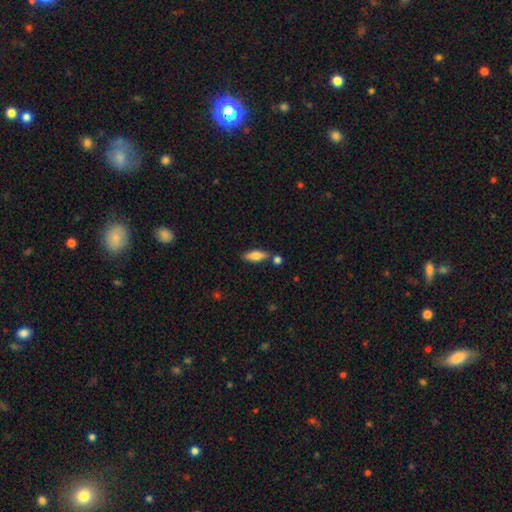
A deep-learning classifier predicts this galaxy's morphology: Smooth or featured: smooth — 73% (featured or disk — 20%)
How rounded: in between — 54% (cigar-shaped — 43%)
Merging: none — 70% (merger — 14%)